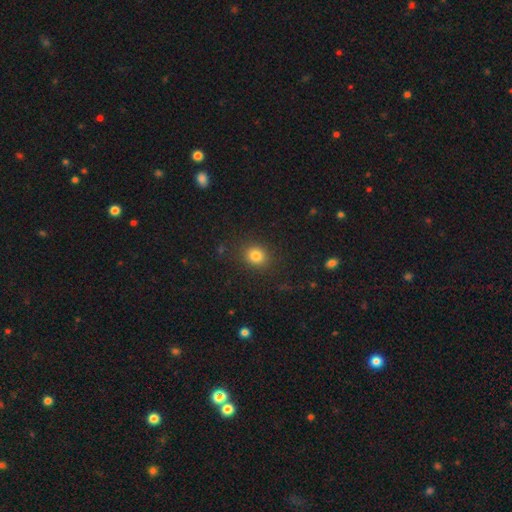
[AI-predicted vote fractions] A smooth galaxy with no disk features (82%) that is round (73%). Merging: none (87%).